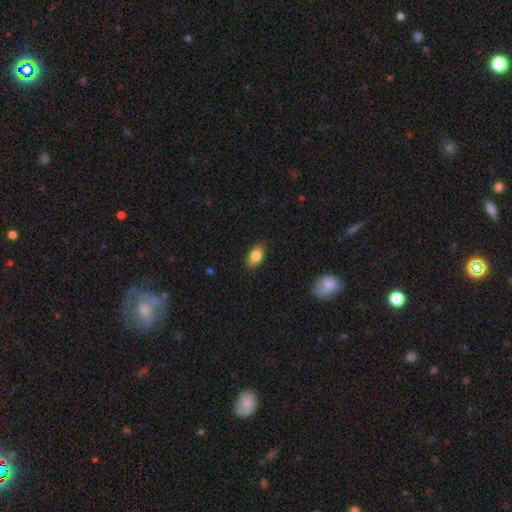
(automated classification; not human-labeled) This is clearly a smooth galaxy (82%). How rounded: clearly in between (88%). Merging: clearly none (85%).